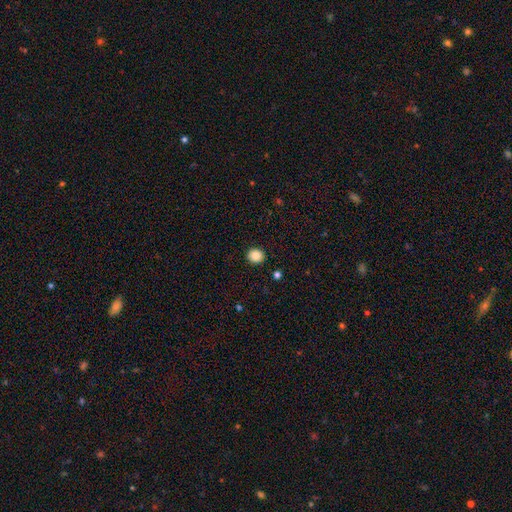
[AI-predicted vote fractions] smooth_or_featured: smooth (p=0.85) [alt: star or artifact p=0.09]
how_rounded: round (p=0.85) [alt: in between p=0.14]
merging: none (p=0.92) [alt: minor disturbance p=0.05]